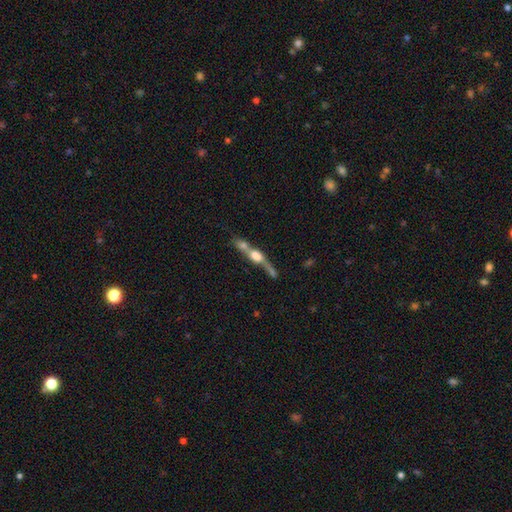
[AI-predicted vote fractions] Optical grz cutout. It shows a featured or disk galaxy (55%) viewed edge-on (72%). Merging: merger (62%).